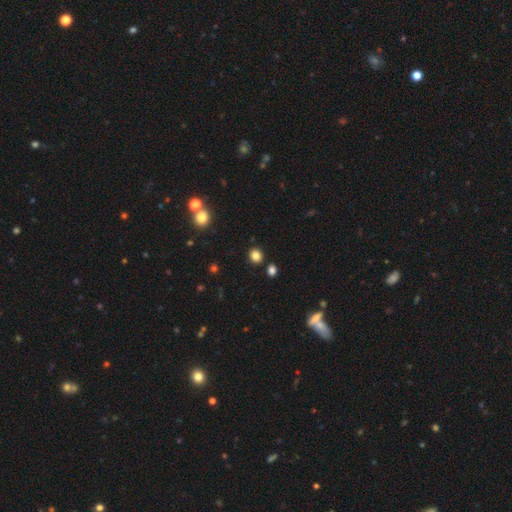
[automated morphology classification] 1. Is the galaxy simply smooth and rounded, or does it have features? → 83% smooth, 12% star or artifact, 4% featured or disk.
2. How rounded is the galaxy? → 78% round, 21% in between, 1% cigar-shaped.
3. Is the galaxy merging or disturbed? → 87% none, 7% minor disturbance, 4% merger, 2% major disturbance.